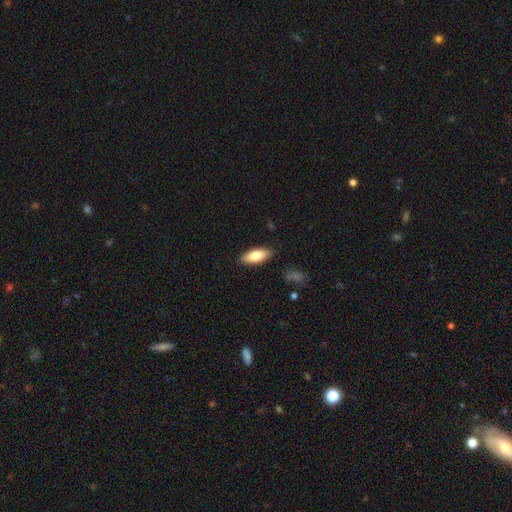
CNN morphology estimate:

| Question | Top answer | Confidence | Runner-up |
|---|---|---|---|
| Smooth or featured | smooth | 82% | featured or disk (12%) |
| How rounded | in between | 78% | cigar-shaped (20%) |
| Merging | none | 87% | minor disturbance (10%) |